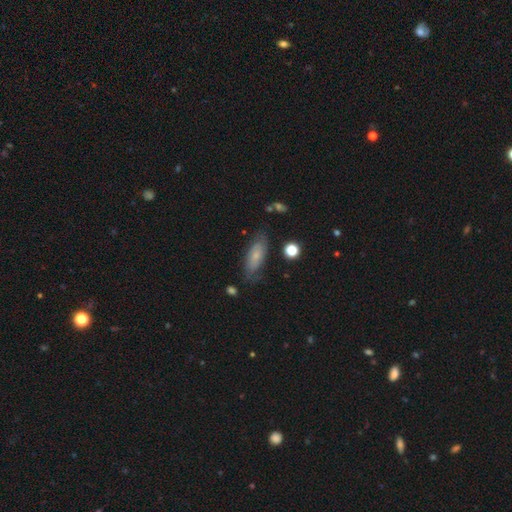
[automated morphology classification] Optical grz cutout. It shows a smooth galaxy with no disk features (55%) that is in between round and cigar-shaped (73%). Merging: none (71%).